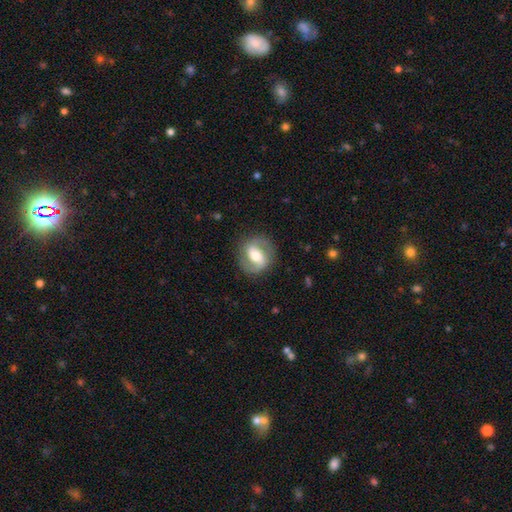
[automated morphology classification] The model was most divided on "bar" (2-way tie): weak: 39%, strong: 39%, no: 21%. More confident: edge-on disk — no (96%); spiral arm count — 2 (90%); spiral arms — yes (86%); merging — none (84%); smooth or featured — featured or disk (74%); bulge size — moderate (65%); spiral winding — medium (50%).